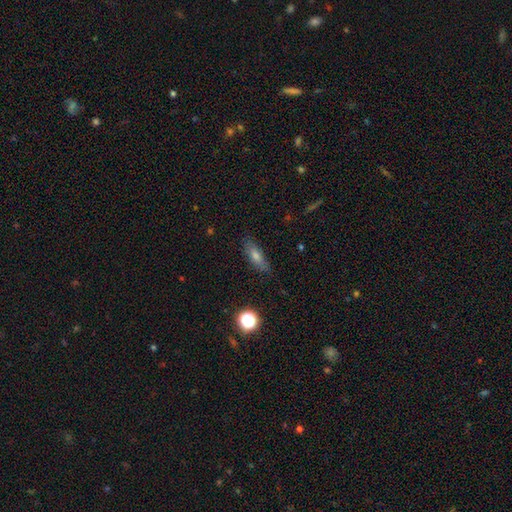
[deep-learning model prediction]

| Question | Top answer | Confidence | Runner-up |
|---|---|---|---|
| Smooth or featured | smooth | 61% | featured or disk (25%) |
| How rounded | in between | 48% | cigar-shaped (46%) |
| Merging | none | 82% | minor disturbance (14%) |